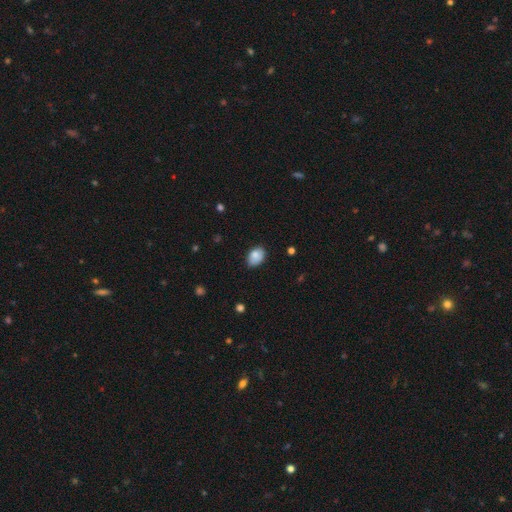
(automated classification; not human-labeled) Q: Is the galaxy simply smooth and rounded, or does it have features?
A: smooth — 84%.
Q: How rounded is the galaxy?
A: in between — 84%.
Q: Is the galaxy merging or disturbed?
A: none — 76%.